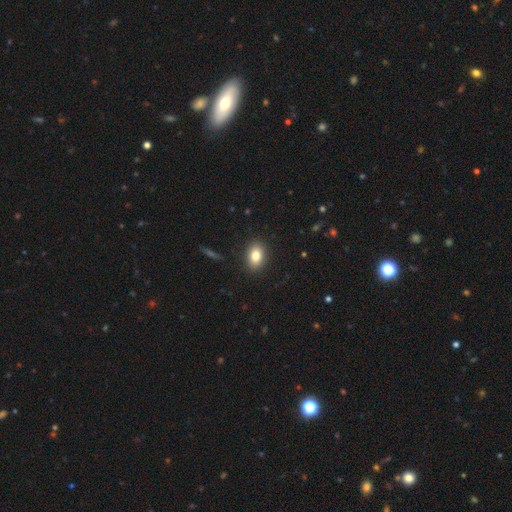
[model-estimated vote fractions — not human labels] Morphology: type=smooth (82%); roundness=in between (80%); merging=none (89%).